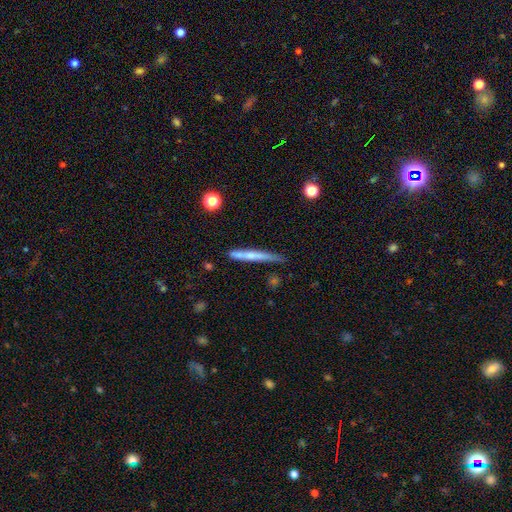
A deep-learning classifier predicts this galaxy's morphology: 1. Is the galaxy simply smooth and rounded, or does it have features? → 46% smooth (tied), 46% featured or disk (tied), 8% star or artifact.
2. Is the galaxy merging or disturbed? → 78% none, 15% minor disturbance, 4% merger, 3% major disturbance.